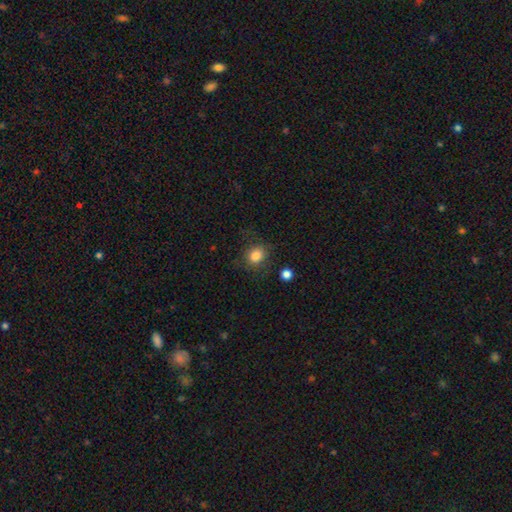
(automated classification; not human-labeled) smooth 84%, star or artifact 10%, featured or disk 6%. Down the decision tree: how rounded — round (70%); merging — none (75%).